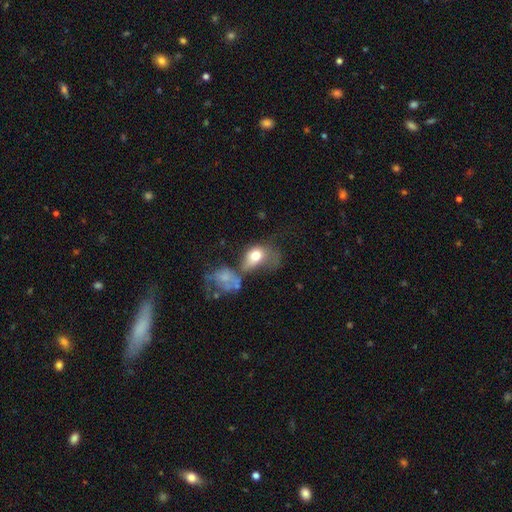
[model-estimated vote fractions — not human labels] smooth-or-featured: smooth: 67% | featured or disk: 24% | star or artifact: 10%
  how-rounded: in between: 70% | round: 28% | cigar-shaped: 2%
  merging: major disturbance: 37% | merger: 32% | minor disturbance: 16% | none: 15%